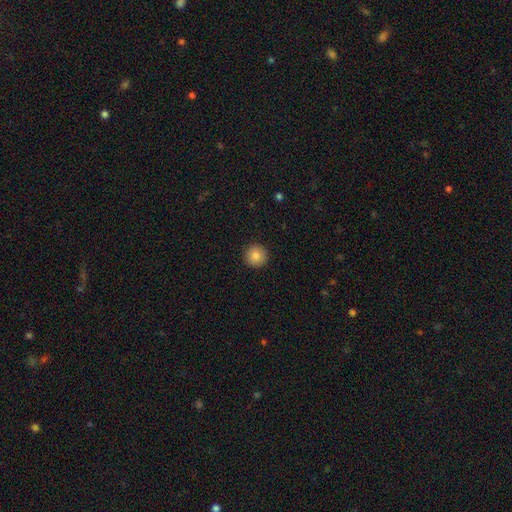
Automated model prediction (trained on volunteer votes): This appears to be a smooth galaxy with no disk features (85%) that is round (95%). Merging: none (93%).